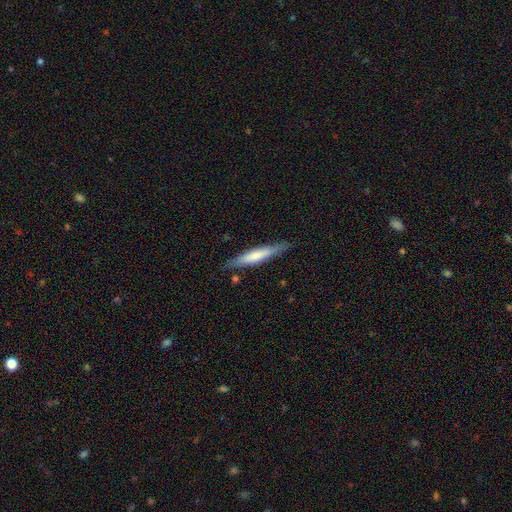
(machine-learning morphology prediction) A smooth galaxy with no disk features (60%) that is cigar-shaped (89%).

Vote fractions:
- Smooth or featured? smooth: 60% / featured or disk: 35% / star or artifact: 5%
- How rounded? cigar-shaped: 89% / in between: 10% / round: 1%
- Merging? none: 82% / minor disturbance: 13% / major disturbance: 3% / merger: 2%